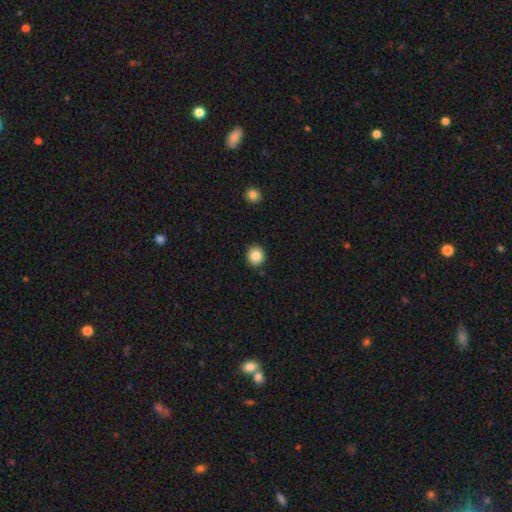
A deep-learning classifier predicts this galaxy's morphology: smooth-or-featured: smooth: 85% | star or artifact: 9% | featured or disk: 6%
  how-rounded: round: 90% | in between: 9% | cigar-shaped: 1%
  merging: none: 92% | minor disturbance: 5% | major disturbance: 2% | merger: 1%